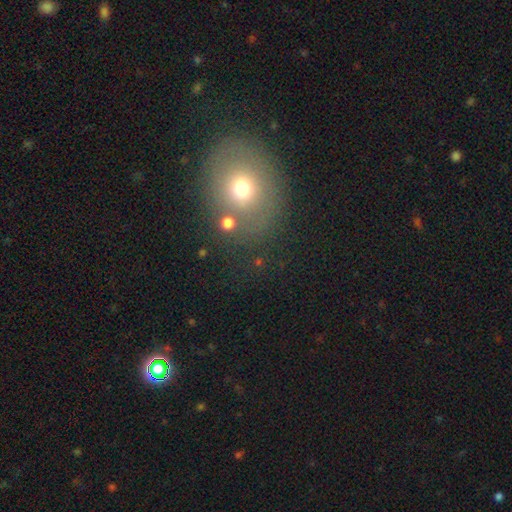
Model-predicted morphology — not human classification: Smooth or featured?
  - smooth: 61% *
  - star or artifact: 23%
  - featured or disk: 16%
How rounded?
  - round: 57% *
  - in between: 41%
  - cigar-shaped: 1%
Merging?
  - none: 77% *
  - minor disturbance: 12%
  - merger: 6%
  - major disturbance: 5%